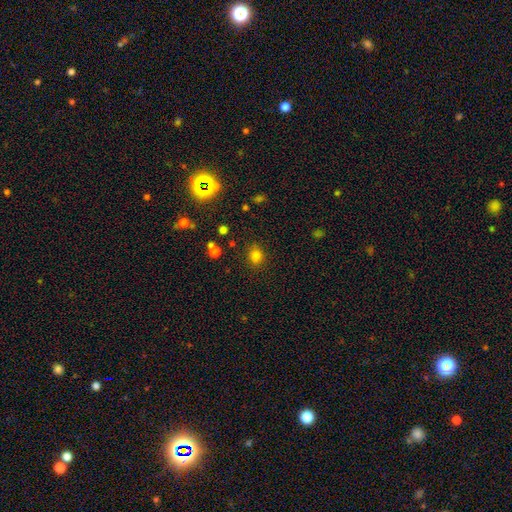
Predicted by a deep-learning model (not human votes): Overall: smooth (79%). How rounded: round (56%; in between 43%). Merging: none (80%).